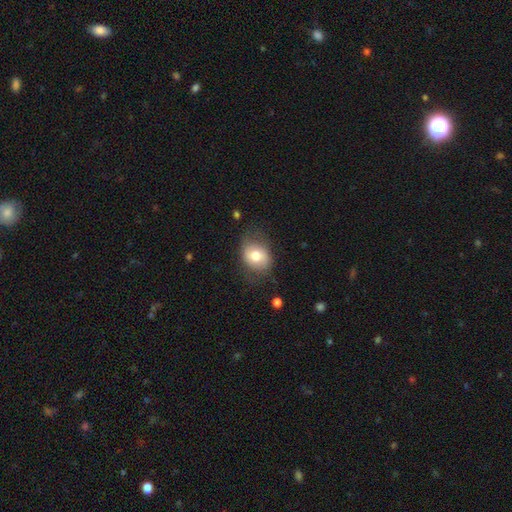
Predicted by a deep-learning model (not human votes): Smooth or featured: smooth — 71% (featured or disk — 22%)
How rounded: in between — 61% (round — 38%)
Merging: none — 64% (minor disturbance — 24%)